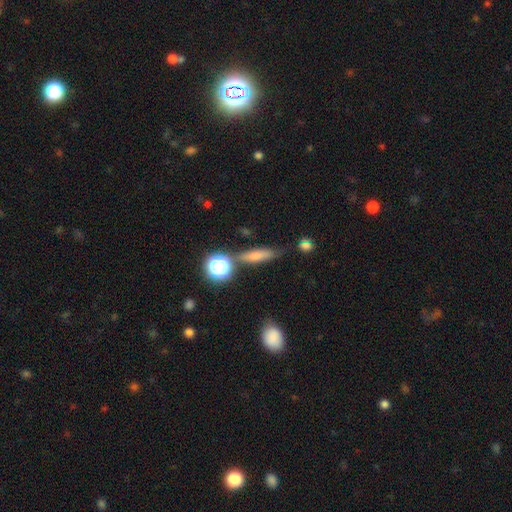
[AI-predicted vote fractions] smooth_or_featured: smooth (p=0.66) [alt: featured or disk p=0.19]
how_rounded: cigar-shaped (p=0.63) [alt: in between p=0.26]
merging: none (p=0.72) [alt: minor disturbance p=0.15]